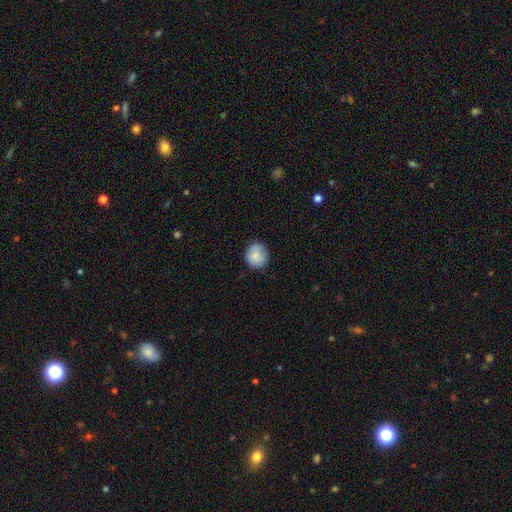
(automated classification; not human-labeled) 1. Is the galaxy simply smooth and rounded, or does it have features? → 83% smooth, 9% featured or disk, 8% star or artifact.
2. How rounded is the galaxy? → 86% round, 13% in between, 1% cigar-shaped.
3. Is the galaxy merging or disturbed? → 78% none, 17% minor disturbance, 3% major disturbance, 2% merger.